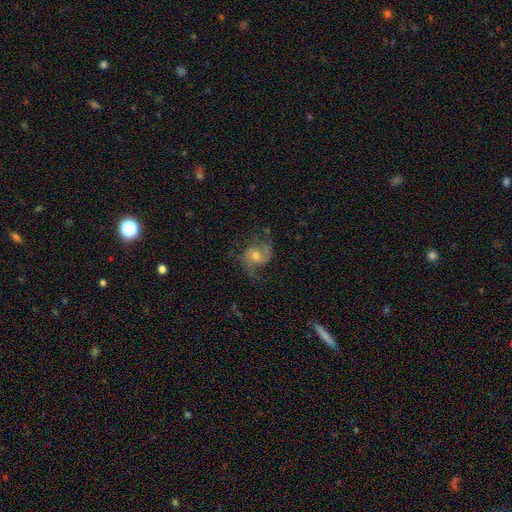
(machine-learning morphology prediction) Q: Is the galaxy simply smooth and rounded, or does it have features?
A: featured or disk — 77%.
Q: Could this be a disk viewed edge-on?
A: no — 97%.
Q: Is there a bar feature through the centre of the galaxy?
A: no — 58%.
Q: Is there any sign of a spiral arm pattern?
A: yes — 93%.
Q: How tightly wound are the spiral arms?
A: medium — 46%.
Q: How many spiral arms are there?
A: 2 — 78%.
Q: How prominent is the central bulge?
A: moderate — 58%.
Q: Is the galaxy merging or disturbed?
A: none — 62%.